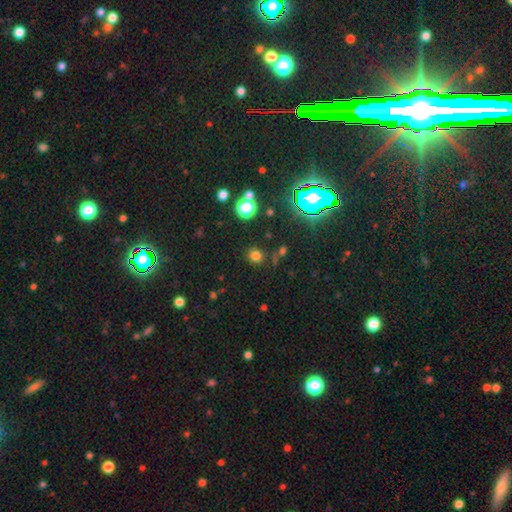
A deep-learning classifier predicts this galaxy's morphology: Q: Smooth or featured?
A: smooth (71%); runner-up: star or artifact (23%)
Q: How rounded?
A: round (86%); runner-up: in between (13%)
Q: Merging?
A: none (83%); runner-up: minor disturbance (9%)